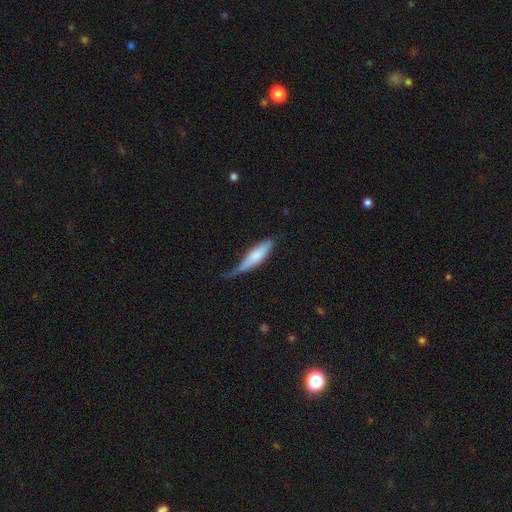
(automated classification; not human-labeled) Smooth or featured? Predicted: smooth (p=0.70). How rounded? Predicted: cigar-shaped (p=0.68). Merging? Predicted: minor disturbance (p=0.43).